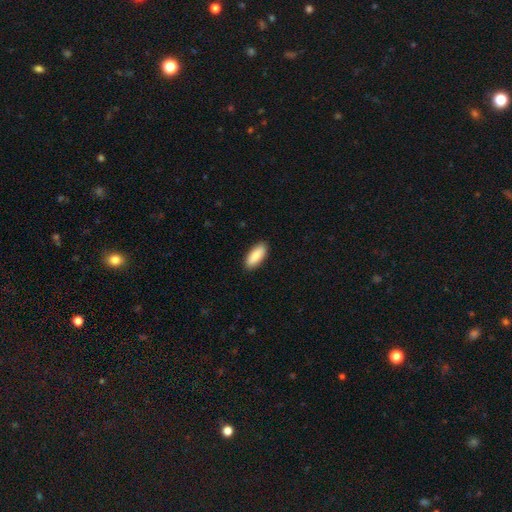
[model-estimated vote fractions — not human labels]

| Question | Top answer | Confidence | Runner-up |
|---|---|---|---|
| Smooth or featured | smooth | 85% | featured or disk (9%) |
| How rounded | in between | 85% | cigar-shaped (14%) |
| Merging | none | 89% | minor disturbance (8%) |